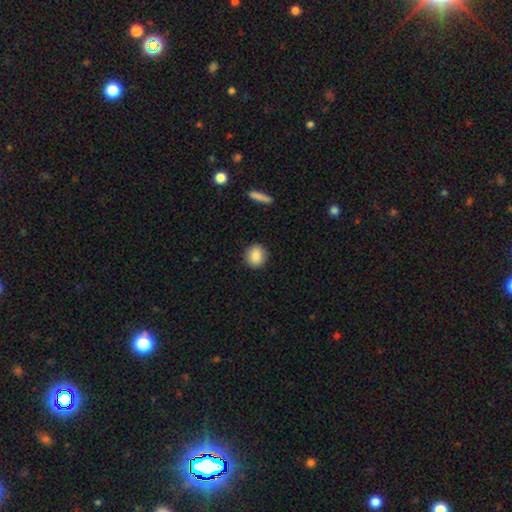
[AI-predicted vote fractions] smooth_or_featured: smooth (p=0.88) [alt: star or artifact p=0.08]
how_rounded: round (p=0.79) [alt: in between p=0.19]
merging: none (p=0.90) [alt: minor disturbance p=0.07]